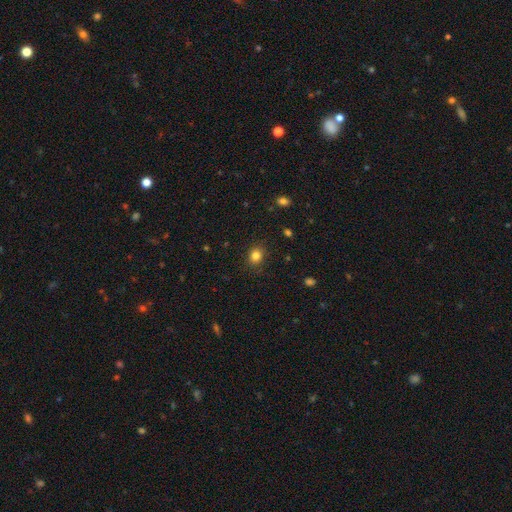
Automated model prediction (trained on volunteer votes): Overall: smooth (83%). How rounded: round (63%; in between 36%). Merging: none (87%).